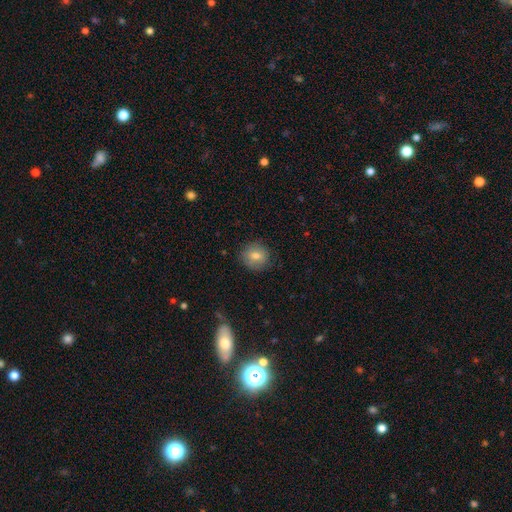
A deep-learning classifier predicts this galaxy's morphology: A smooth galaxy with no disk features (74%) that is round (86%).

Vote fractions:
- Smooth or featured? smooth: 74% / featured or disk: 16% / star or artifact: 10%
- How rounded? round: 86% / in between: 13% / cigar-shaped: 1%
- Merging? none: 85% / minor disturbance: 11% / major disturbance: 3% / merger: 1%